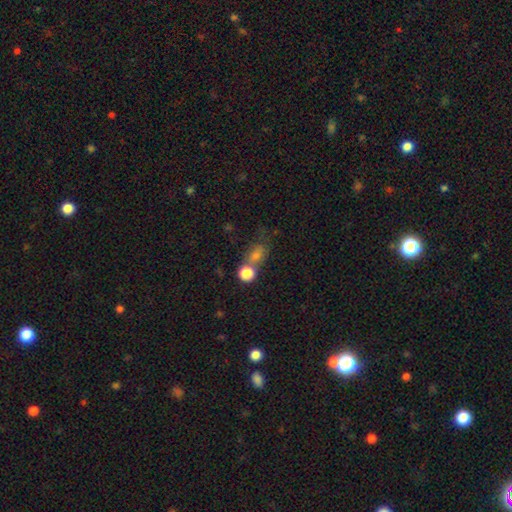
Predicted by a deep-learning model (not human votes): smooth 67%, star or artifact 21%, featured or disk 12%. Down the decision tree: how rounded — round (49%); merging — none (45%).